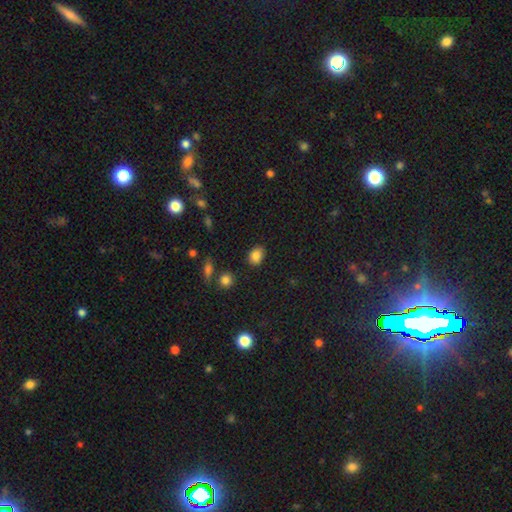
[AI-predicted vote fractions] This is clearly a smooth galaxy (84%). How rounded: likely in between (68%). Merging: clearly none (82%).